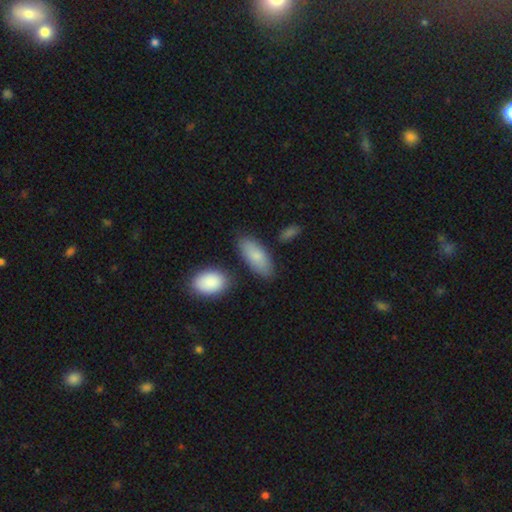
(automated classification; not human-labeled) Smooth or featured: smooth — 82% (featured or disk — 13%)
How rounded: in between — 87% (cigar-shaped — 10%)
Merging: none — 76% (minor disturbance — 15%)